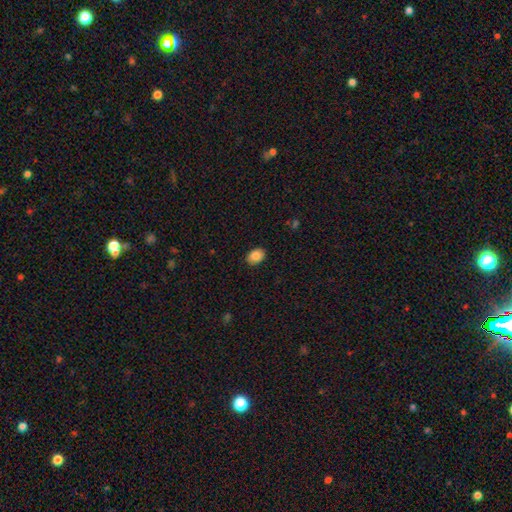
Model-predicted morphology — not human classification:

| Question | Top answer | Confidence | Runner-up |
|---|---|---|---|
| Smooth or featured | smooth | 87% | star or artifact (8%) |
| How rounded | in between | 79% | round (20%) |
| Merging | none | 88% | minor disturbance (9%) |